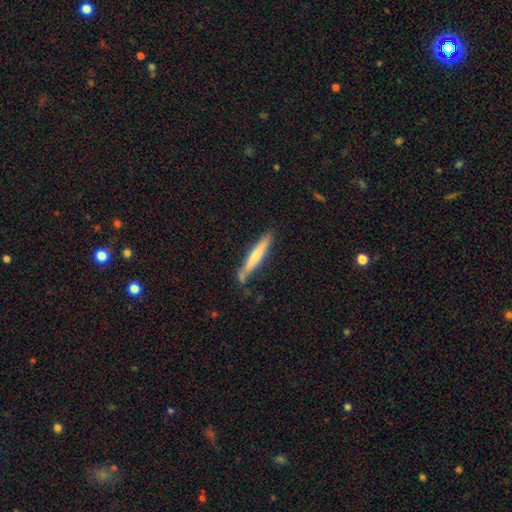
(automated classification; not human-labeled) A smooth galaxy with no disk features (62%) that is cigar-shaped (94%).

Vote fractions:
- Smooth or featured? smooth: 62% / featured or disk: 33% / star or artifact: 5%
- How rounded? cigar-shaped: 94% / in between: 5% / round: 1%
- Merging? none: 72% / minor disturbance: 18% / merger: 7% / major disturbance: 4%